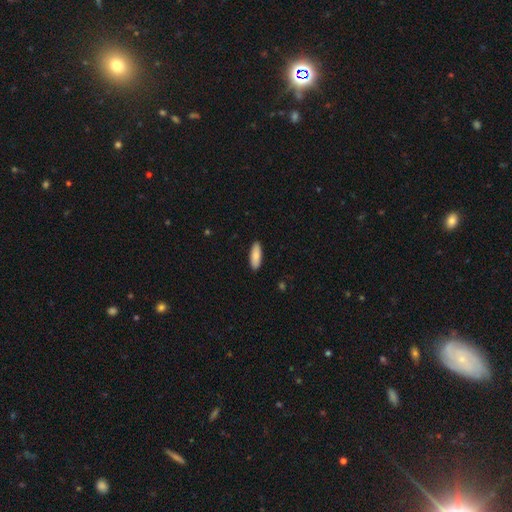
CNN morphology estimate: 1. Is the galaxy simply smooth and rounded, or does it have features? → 85% smooth, 9% featured or disk, 6% star or artifact.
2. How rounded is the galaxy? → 65% in between, 33% cigar-shaped, 2% round.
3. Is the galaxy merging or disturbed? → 91% none, 7% minor disturbance, 1% major disturbance, 1% merger.